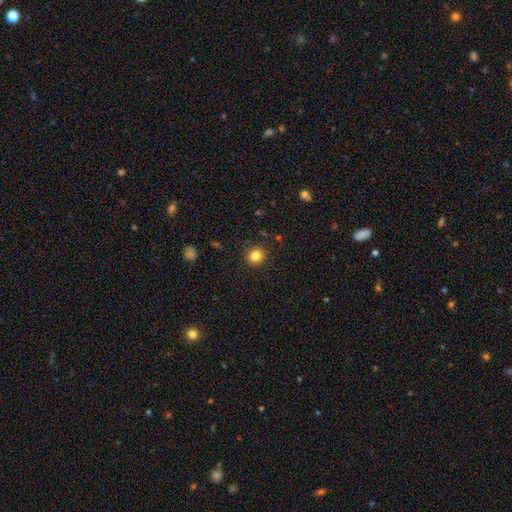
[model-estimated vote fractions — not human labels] Smooth or featured?
  - smooth: 83% *
  - star or artifact: 11%
  - featured or disk: 6%
How rounded?
  - round: 84% *
  - in between: 15%
  - cigar-shaped: 1%
Merging?
  - none: 90% *
  - minor disturbance: 7%
  - major disturbance: 2%
  - merger: 1%